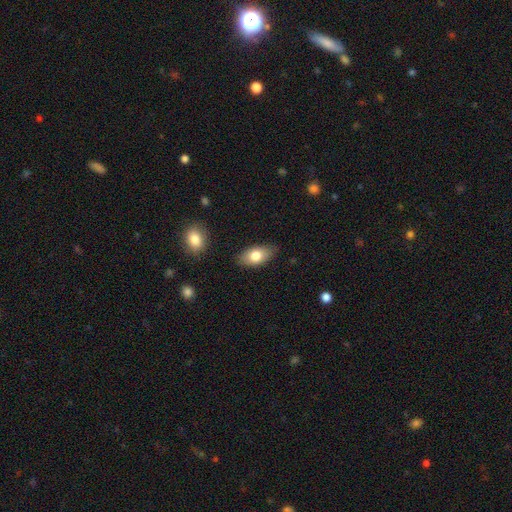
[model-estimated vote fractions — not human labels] This is likely a smooth galaxy (78%). How rounded: clearly in between (91%). Merging: clearly none (82%).